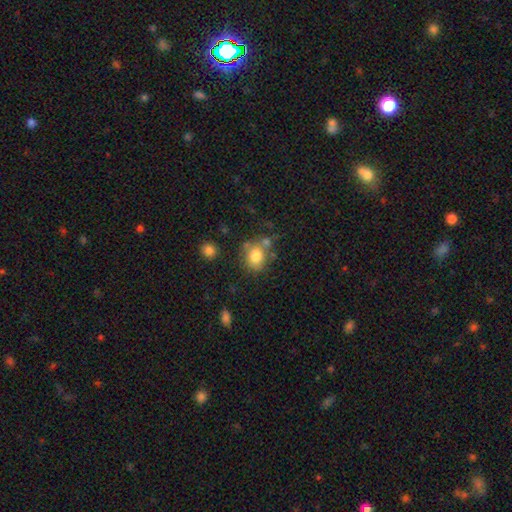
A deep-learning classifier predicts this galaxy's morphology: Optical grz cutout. It shows a smooth galaxy with no disk features (79%) that is round (65%). Merging: none (59%).